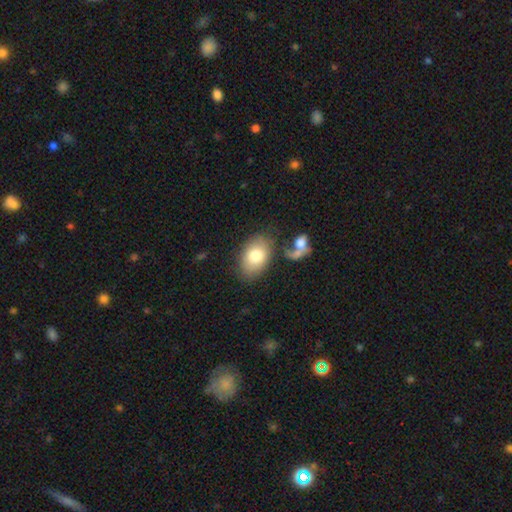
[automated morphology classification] smooth 78%, featured or disk 15%, star or artifact 7%. Down the decision tree: how rounded — in between (86%); merging — none (70%).